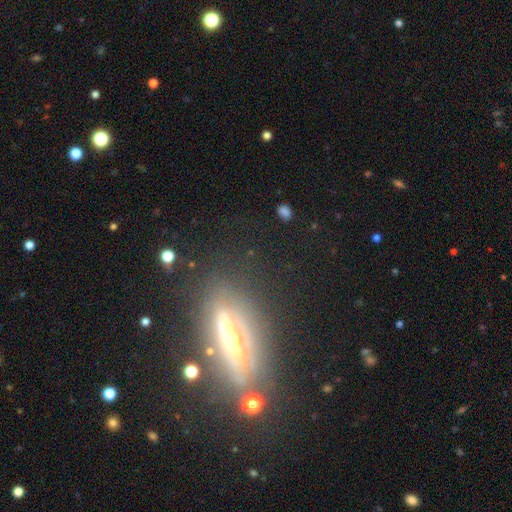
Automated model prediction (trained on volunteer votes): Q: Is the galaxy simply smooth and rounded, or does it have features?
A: featured or disk — 68%.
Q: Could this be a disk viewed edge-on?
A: yes — 62%.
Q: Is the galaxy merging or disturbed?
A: none — 71%.